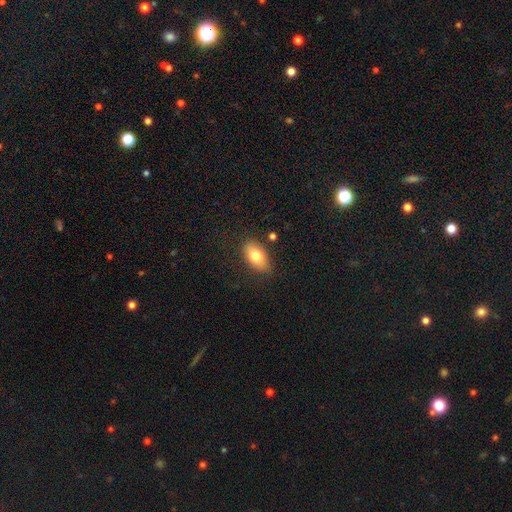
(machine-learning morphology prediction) A smooth galaxy with no disk features (77%) that is in between round and cigar-shaped (90%).

Vote fractions:
- Smooth or featured? smooth: 77% / featured or disk: 15% / star or artifact: 7%
- How rounded? in between: 90% / round: 6% / cigar-shaped: 4%
- Merging? none: 81% / minor disturbance: 13% / major disturbance: 3% / merger: 3%